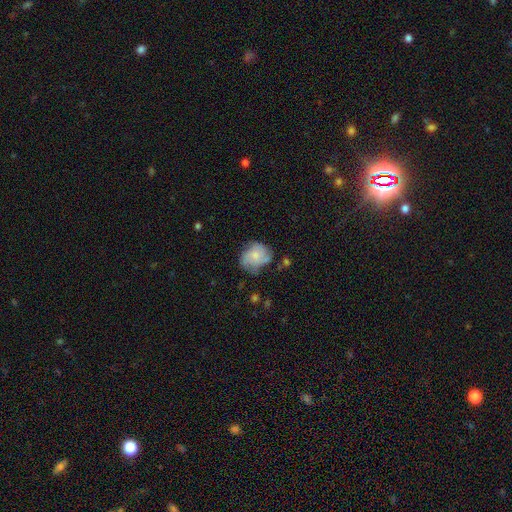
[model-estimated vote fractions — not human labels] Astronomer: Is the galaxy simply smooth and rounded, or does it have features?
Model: smooth — 54% (runner-up: featured or disk, 38%).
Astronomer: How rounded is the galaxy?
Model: round — 56% (runner-up: in between, 43%).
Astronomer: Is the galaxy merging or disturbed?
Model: none — 54% (runner-up: minor disturbance, 30%).